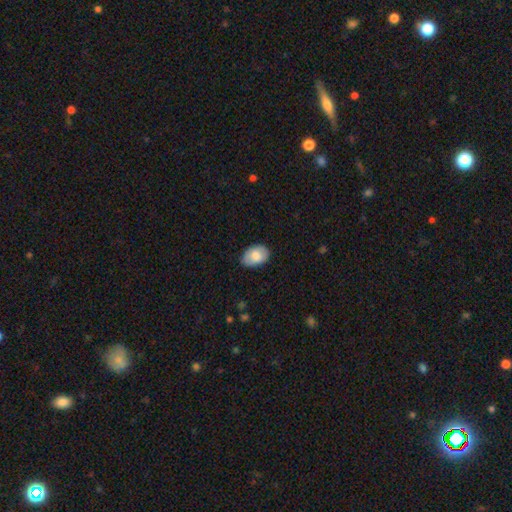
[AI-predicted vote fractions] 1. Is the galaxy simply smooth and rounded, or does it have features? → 79% smooth, 15% featured or disk, 6% star or artifact.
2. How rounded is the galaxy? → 87% in between, 12% round, 1% cigar-shaped.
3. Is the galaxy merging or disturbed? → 80% none, 17% minor disturbance, 3% major disturbance, 1% merger.